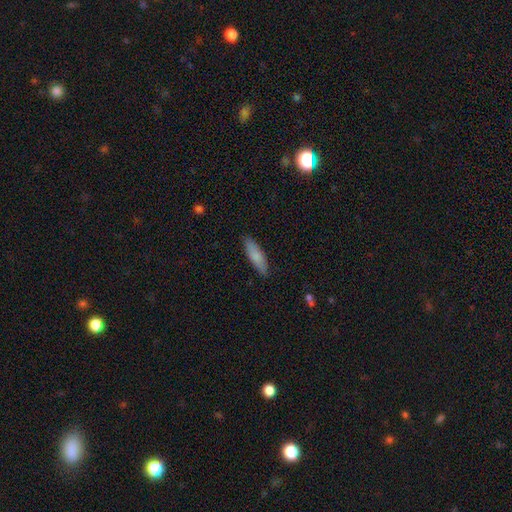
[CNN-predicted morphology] This is clearly a smooth galaxy (81%). How rounded: possibly cigar-shaped (59%). Merging: clearly none (87%).